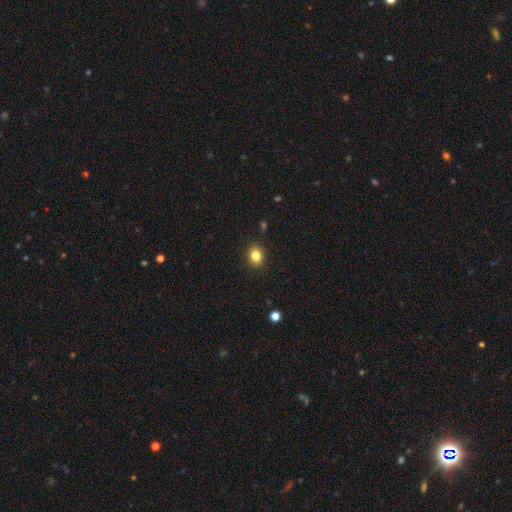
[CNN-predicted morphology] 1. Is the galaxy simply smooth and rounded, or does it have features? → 83% smooth, 10% star or artifact, 7% featured or disk.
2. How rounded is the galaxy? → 58% in between, 41% round, 1% cigar-shaped.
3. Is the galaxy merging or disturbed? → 89% none, 8% minor disturbance, 2% major disturbance, 1% merger.